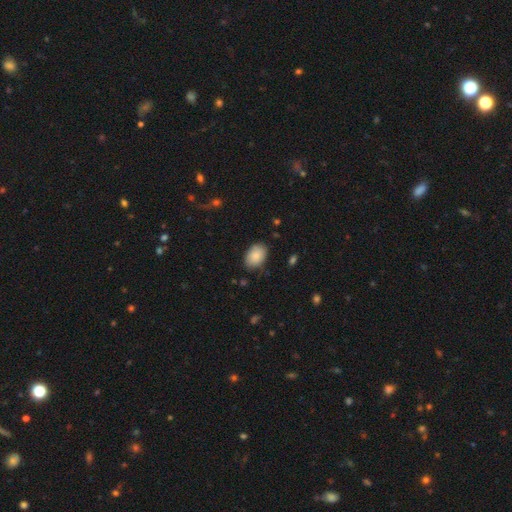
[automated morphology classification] Smooth or featured: smooth — 87% (star or artifact — 7%)
How rounded: in between — 85% (round — 14%)
Merging: none — 82% (minor disturbance — 14%)